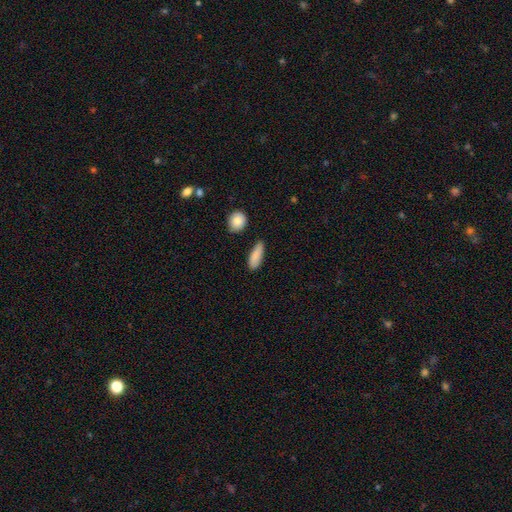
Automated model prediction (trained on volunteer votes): Overall: smooth (87%). How rounded: in between (63%; cigar-shaped 35%). Merging: none (73%).